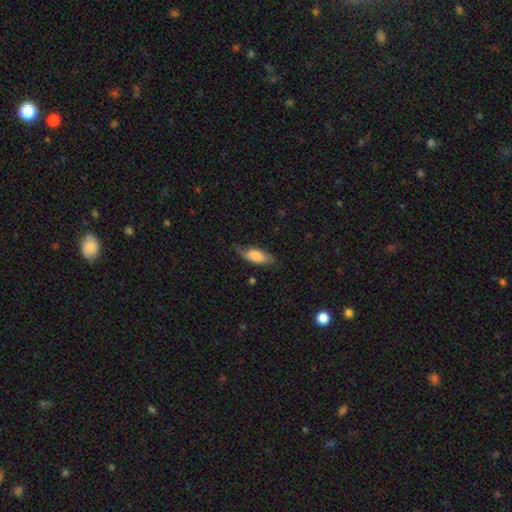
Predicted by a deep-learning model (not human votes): Morphology: type=smooth (76%); roundness=in between (76%); merging=none (62%).